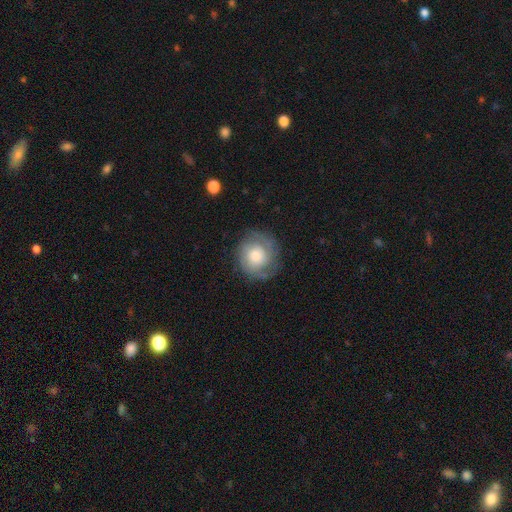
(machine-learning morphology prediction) A featured or disk galaxy (56%) with no bar (81%), spiral arms (81%) and a moderate central bulge (53%). Merging: none (75%).